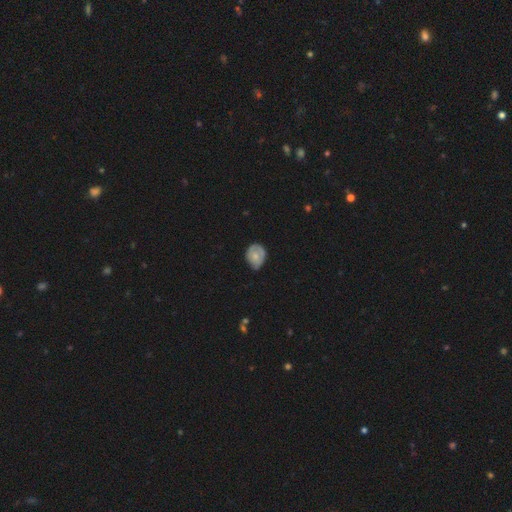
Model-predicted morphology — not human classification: This appears to be a smooth galaxy with no disk features (61%) that is round (51%). Merging: none (57%).